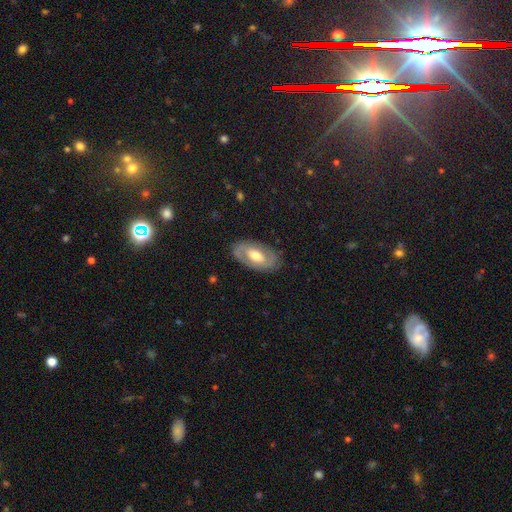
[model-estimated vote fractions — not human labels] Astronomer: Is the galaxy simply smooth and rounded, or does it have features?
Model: featured or disk — 56% (runner-up: smooth, 38%).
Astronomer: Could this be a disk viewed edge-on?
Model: no — 90%.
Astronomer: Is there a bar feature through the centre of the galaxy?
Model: no — 47% (runner-up: weak, 35%).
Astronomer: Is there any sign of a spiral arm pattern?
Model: no — 55% (runner-up: yes, 45%).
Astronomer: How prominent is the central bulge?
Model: moderate — 65%.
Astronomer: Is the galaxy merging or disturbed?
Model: none — 82%.